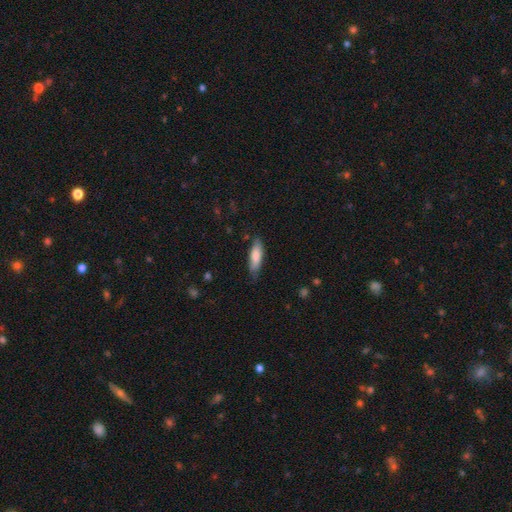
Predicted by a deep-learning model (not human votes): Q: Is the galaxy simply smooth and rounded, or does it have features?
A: smooth — 77%.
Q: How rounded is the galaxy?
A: cigar-shaped — 52%.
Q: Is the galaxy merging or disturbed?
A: none — 77%.